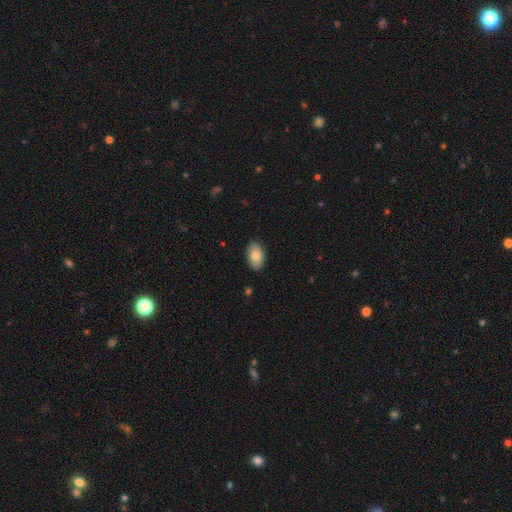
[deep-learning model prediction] Smooth or featured? Predicted: smooth (p=0.83). How rounded? Predicted: in between (p=0.93). Merging? Predicted: none (p=0.87).